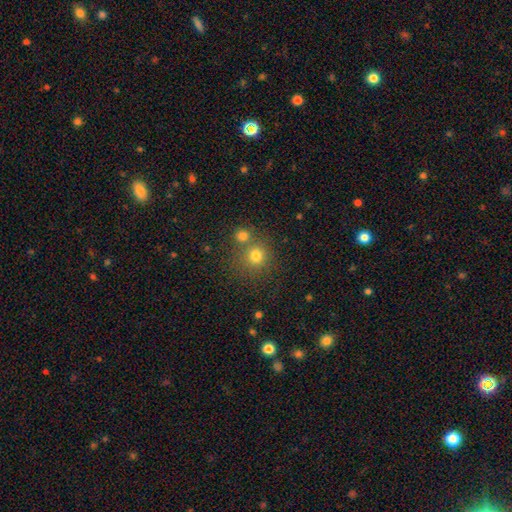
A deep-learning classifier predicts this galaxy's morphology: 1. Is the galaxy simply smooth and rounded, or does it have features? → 75% smooth, 17% star or artifact, 8% featured or disk.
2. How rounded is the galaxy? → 90% round, 9% in between, 1% cigar-shaped.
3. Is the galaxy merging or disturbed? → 65% none, 23% merger, 8% minor disturbance, 3% major disturbance.